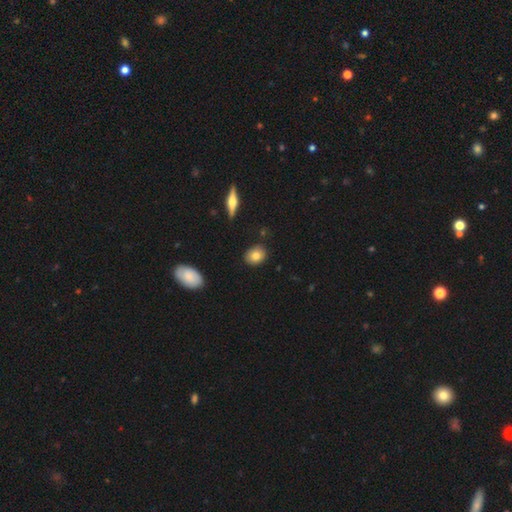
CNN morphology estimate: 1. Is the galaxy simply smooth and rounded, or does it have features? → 80% smooth, 12% featured or disk, 8% star or artifact.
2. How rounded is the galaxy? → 50% in between, 48% round, 2% cigar-shaped.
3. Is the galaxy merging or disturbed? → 86% none, 10% minor disturbance, 2% major disturbance, 2% merger.